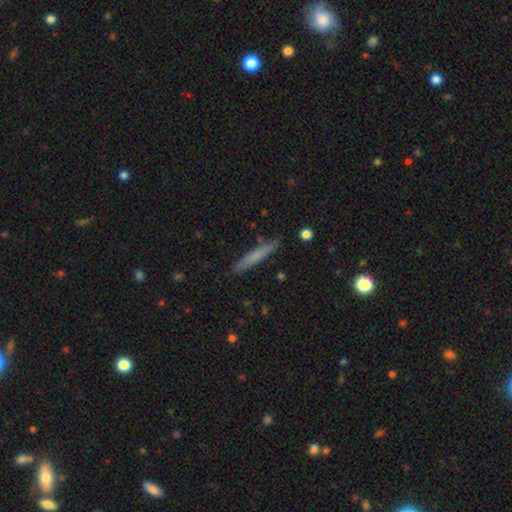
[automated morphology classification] Smooth or featured? Predicted: smooth (p=0.63). How rounded? Predicted: cigar-shaped (p=0.95). Merging? Predicted: none (p=0.88).